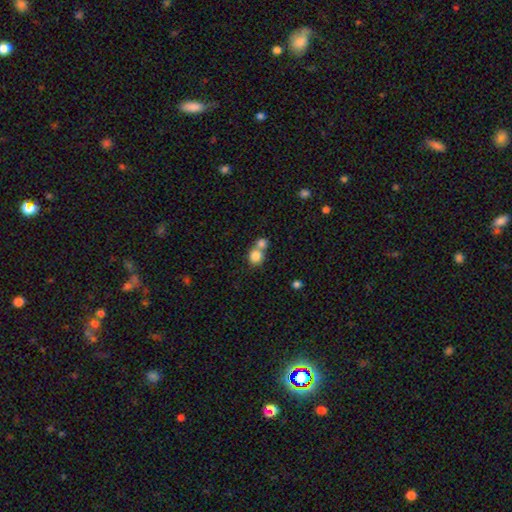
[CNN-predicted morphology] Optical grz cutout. It shows a smooth galaxy with no disk features (82%) that is round (80%). Merging: merger (55%).